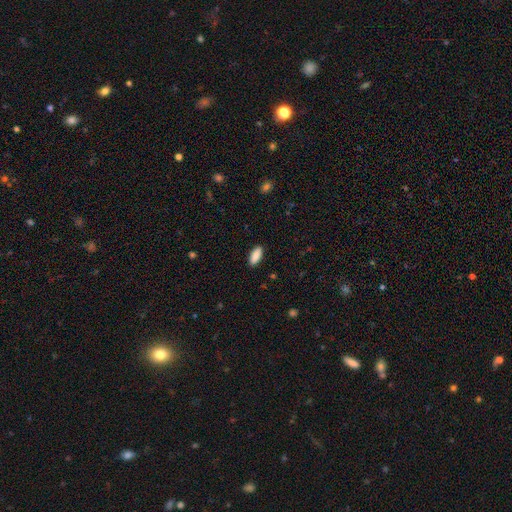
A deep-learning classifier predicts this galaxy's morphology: Overall: smooth (90%). How rounded: in between (81%). Merging: none (89%).